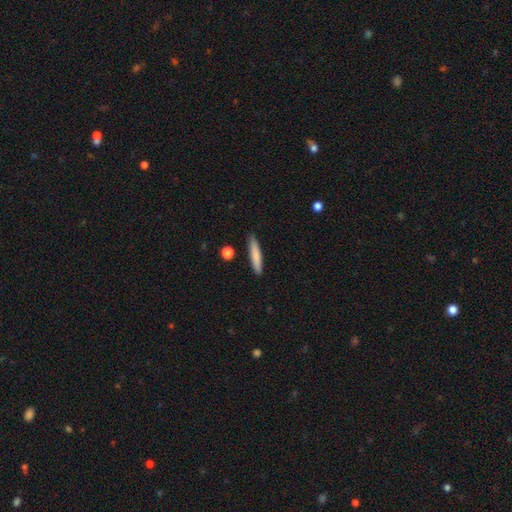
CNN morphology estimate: Smooth or featured: smooth — 79% (featured or disk — 15%)
How rounded: cigar-shaped — 91% (in between — 8%)
Merging: none — 89% (minor disturbance — 8%)